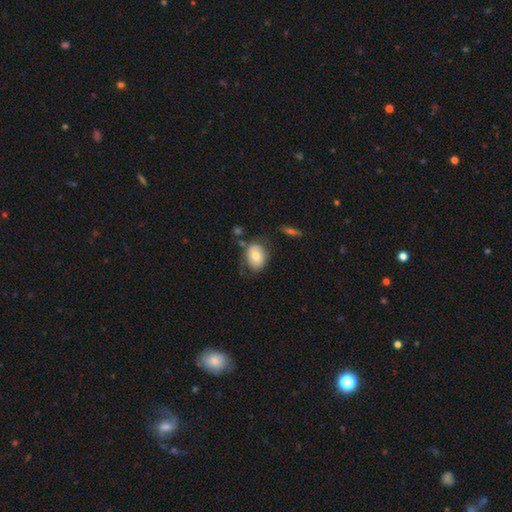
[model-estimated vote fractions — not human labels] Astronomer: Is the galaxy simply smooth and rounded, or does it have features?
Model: smooth — 72%.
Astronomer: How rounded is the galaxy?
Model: in between — 60% (runner-up: round, 38%).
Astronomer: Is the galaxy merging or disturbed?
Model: none — 65%.